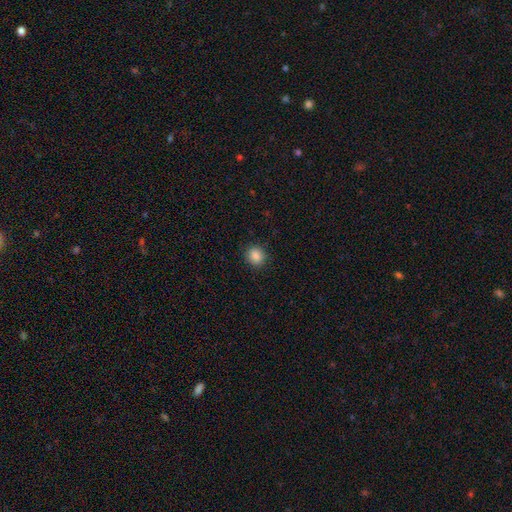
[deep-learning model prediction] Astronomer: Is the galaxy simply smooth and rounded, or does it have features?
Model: smooth — 86%.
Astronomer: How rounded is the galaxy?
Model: round — 82%.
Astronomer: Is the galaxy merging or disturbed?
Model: none — 90%.